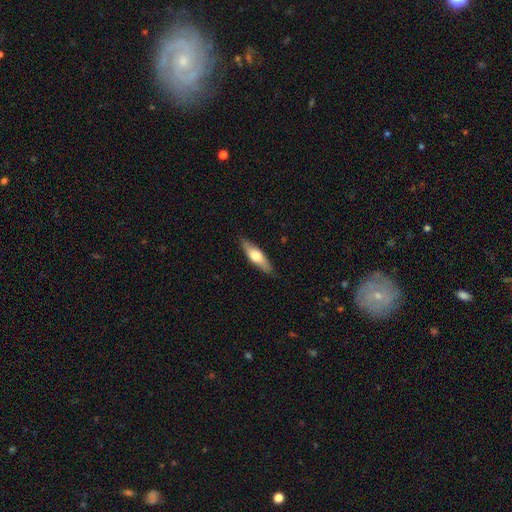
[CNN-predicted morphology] Overall: smooth (56%; featured or disk 39%). How rounded: cigar-shaped (57%; in between 41%). Merging: none (87%).